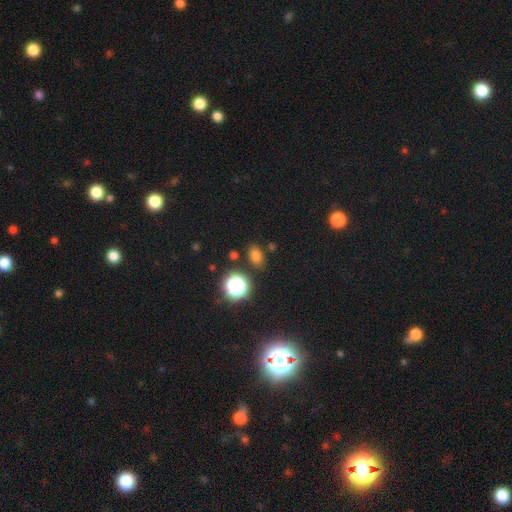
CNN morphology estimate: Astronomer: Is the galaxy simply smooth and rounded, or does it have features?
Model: smooth — 73%.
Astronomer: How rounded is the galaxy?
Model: in between — 75%.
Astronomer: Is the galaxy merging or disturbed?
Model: none — 81%.